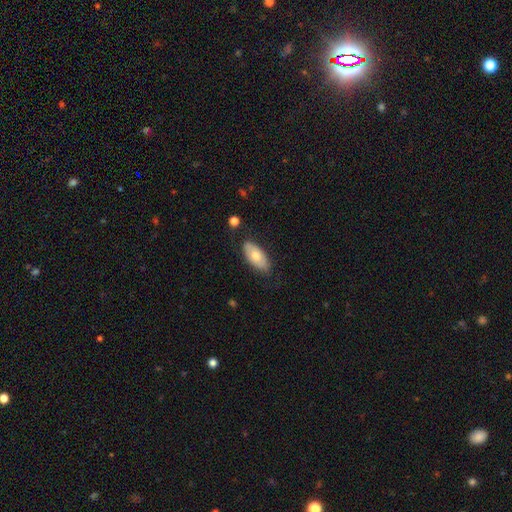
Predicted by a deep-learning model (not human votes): smooth-or-featured: smooth: 67% | featured or disk: 27% | star or artifact: 6%
  how-rounded: in between: 91% | cigar-shaped: 6% | round: 3%
  merging: none: 77% | minor disturbance: 17% | major disturbance: 4% | merger: 2%